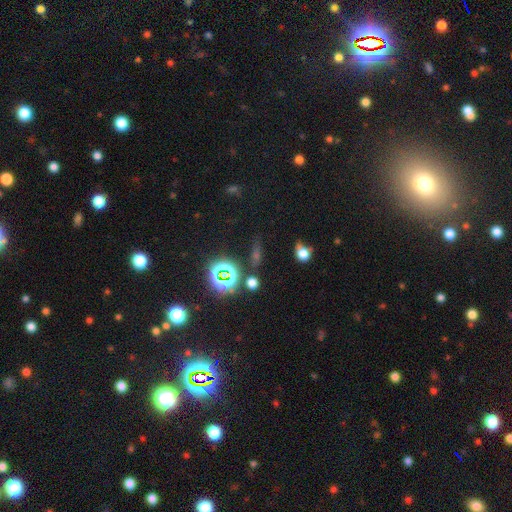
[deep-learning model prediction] smooth_or_featured: star or artifact (p=0.55) [alt: smooth p=0.29]